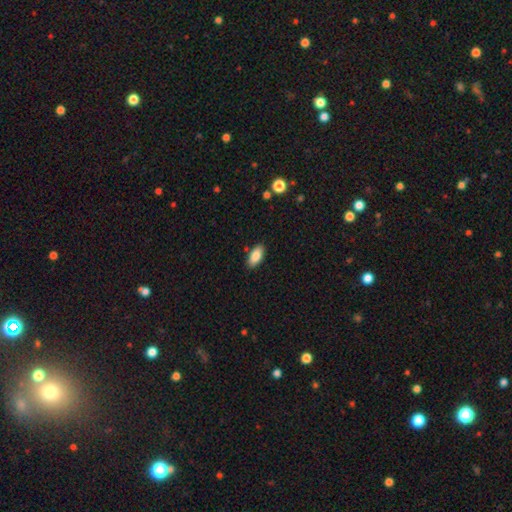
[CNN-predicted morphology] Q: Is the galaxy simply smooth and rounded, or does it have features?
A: smooth — 85%.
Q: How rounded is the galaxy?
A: in between — 90%.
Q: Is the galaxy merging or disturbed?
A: none — 88%.